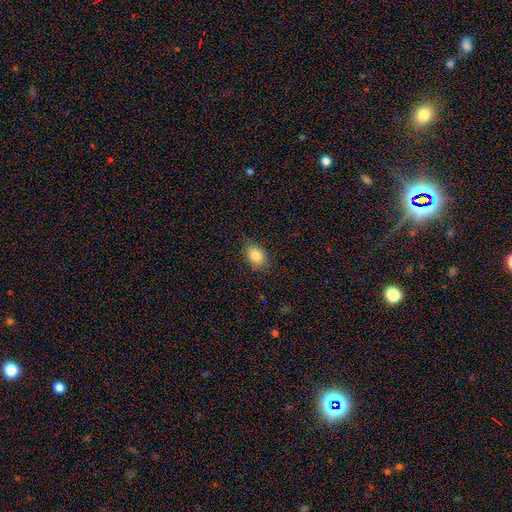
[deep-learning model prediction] Smooth or featured: smooth — 83% (star or artifact — 9%)
How rounded: in between — 79% (round — 20%)
Merging: none — 81% (minor disturbance — 15%)